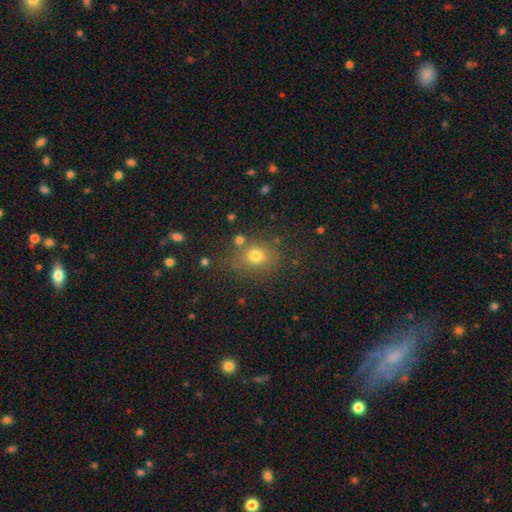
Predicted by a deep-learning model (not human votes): smooth 73%, star or artifact 18%, featured or disk 9%. Down the decision tree: how rounded — round (70%); merging — none (76%).